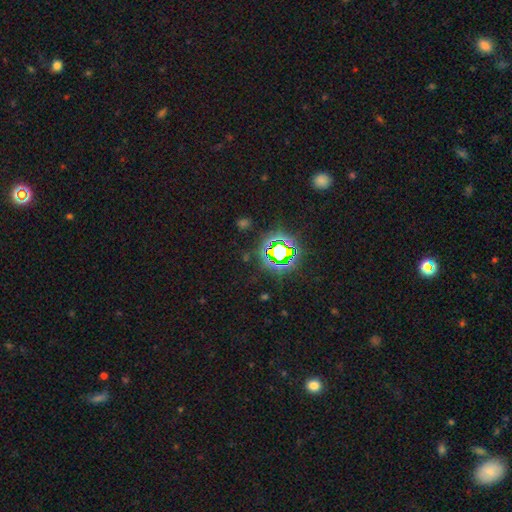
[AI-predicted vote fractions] Morphology: type=star or artifact (80%).